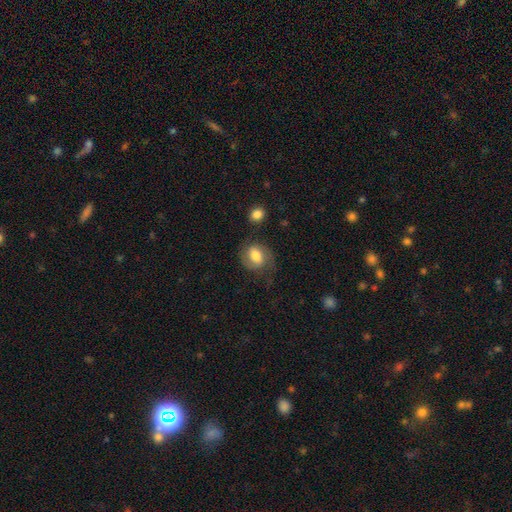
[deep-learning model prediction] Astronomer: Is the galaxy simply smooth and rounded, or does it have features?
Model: smooth — 54% (runner-up: featured or disk, 38%).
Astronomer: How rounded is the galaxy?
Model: in between — 54% (runner-up: round, 45%).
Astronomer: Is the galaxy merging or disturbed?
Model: none — 61%.